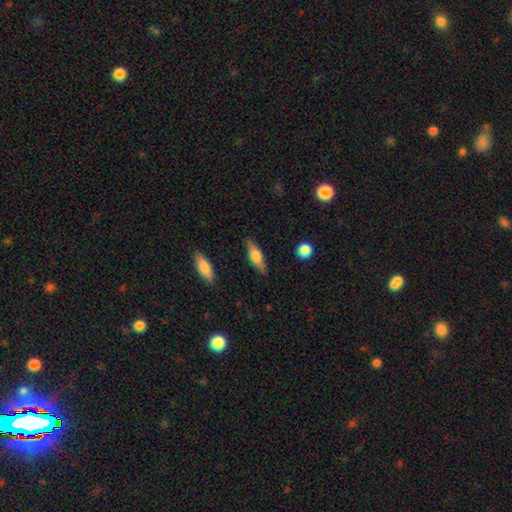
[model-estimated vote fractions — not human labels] A smooth galaxy with no disk features (48%). Merging: none (84%).